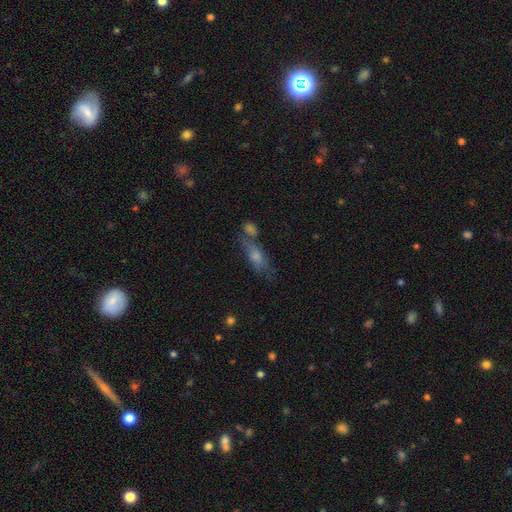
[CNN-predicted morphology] Q: Smooth or featured?
A: smooth (47%); runner-up: featured or disk (37%)
Q: Merging?
A: none (47%); runner-up: merger (29%)